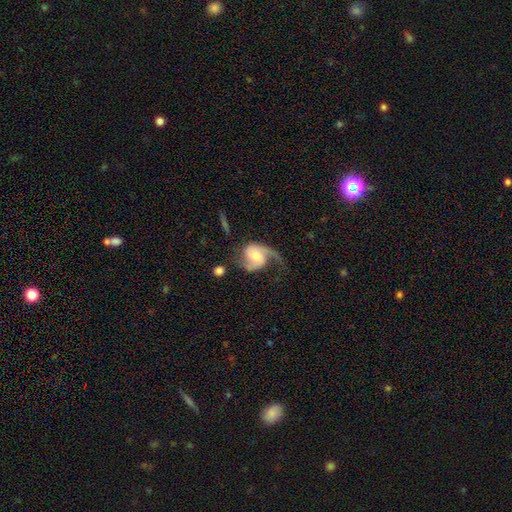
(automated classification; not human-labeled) This appears to be a featured or disk galaxy (82%) with no bar (59%), 2 (70%) loose (46%) spiral arms (96%) and a moderate central bulge (58%). Merging: none (48%).